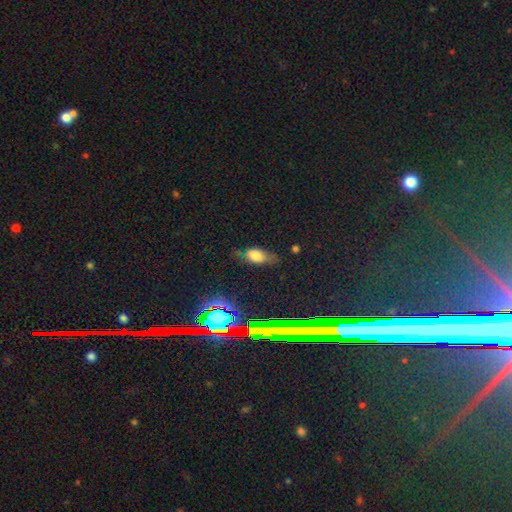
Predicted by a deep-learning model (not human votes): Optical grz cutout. It shows a smooth galaxy with no disk features (68%) that is in between round and cigar-shaped (81%). Merging: none (57%).